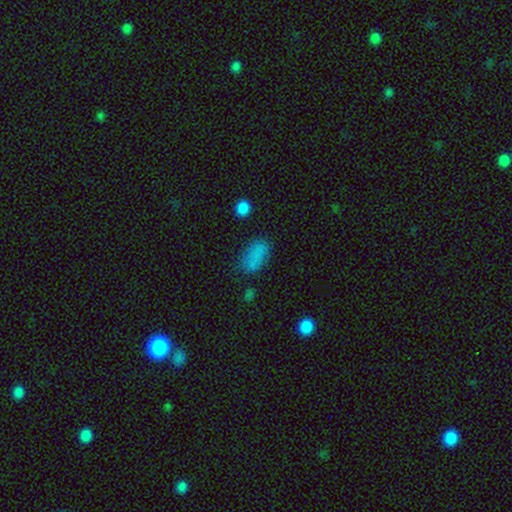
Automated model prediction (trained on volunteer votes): Morphology: type=smooth (80%); roundness=in between (90%); merging=none (61%).